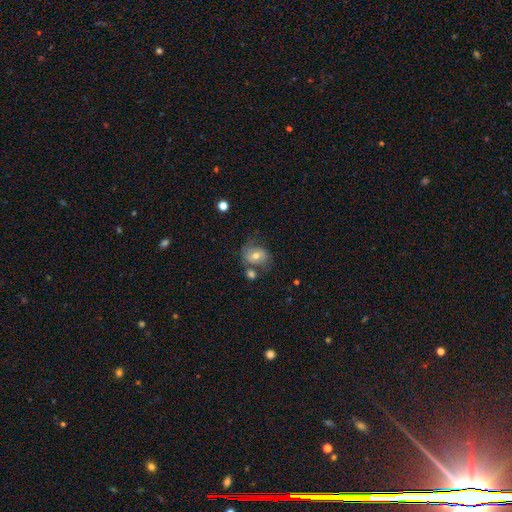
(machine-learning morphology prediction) This is possibly a smooth galaxy (53%). How rounded: possibly round (50%). Merging: possibly none (51%).